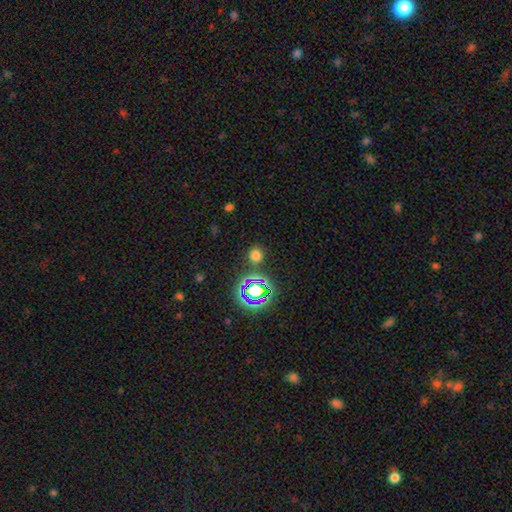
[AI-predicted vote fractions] A smooth galaxy with no disk features (68%) that is round (88%). Merging: none (85%).